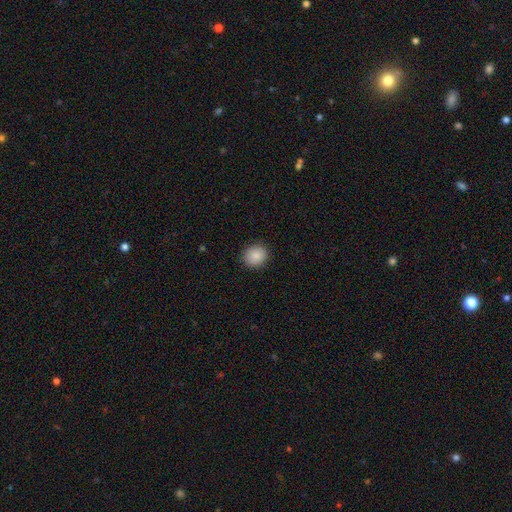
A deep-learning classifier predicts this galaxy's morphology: A smooth galaxy with no disk features (87%) that is round (71%). Merging: none (90%).